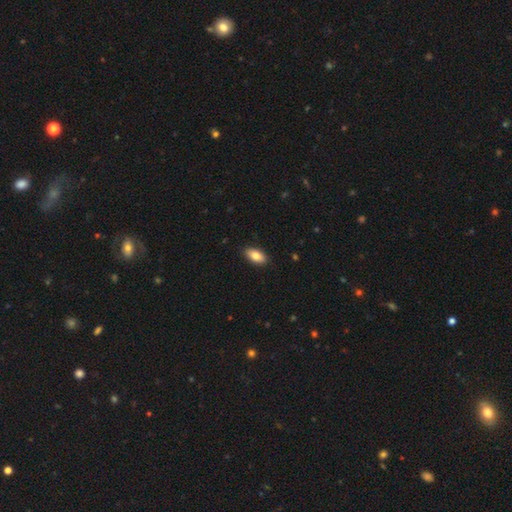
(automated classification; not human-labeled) Q: Smooth or featured?
A: smooth (82%); runner-up: featured or disk (11%)
Q: How rounded?
A: in between (91%); runner-up: cigar-shaped (5%)
Q: Merging?
A: none (89%); runner-up: minor disturbance (8%)